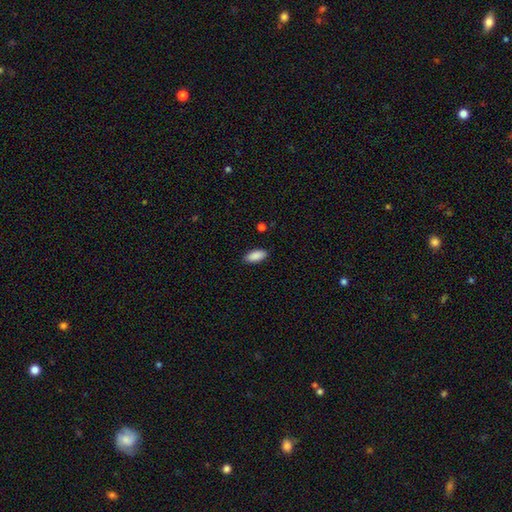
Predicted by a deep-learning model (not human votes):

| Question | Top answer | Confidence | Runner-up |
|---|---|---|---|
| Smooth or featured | smooth | 90% | star or artifact (6%) |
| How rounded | in between | 89% | cigar-shaped (9%) |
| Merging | none | 88% | minor disturbance (9%) |